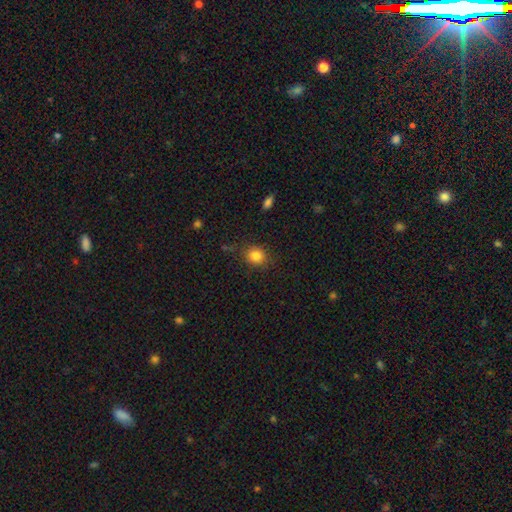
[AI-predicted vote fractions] Smooth or featured? smooth (84%)
How rounded? round (69%)
Merging? none (83%)